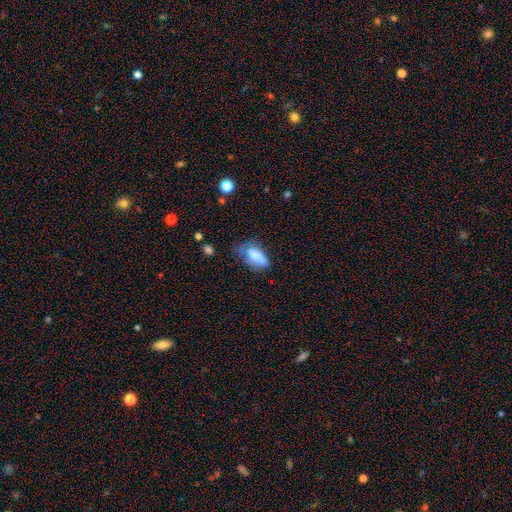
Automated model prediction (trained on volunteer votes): This appears to be a smooth galaxy with no disk features (65%) that is in between round and cigar-shaped (81%). Merging: minor disturbance (31%).